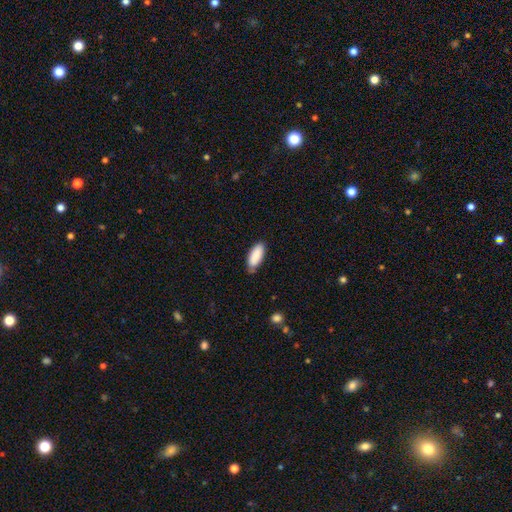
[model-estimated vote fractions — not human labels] This appears to be a smooth galaxy with no disk features (88%) that is in between round and cigar-shaped (84%). Merging: none (73%).